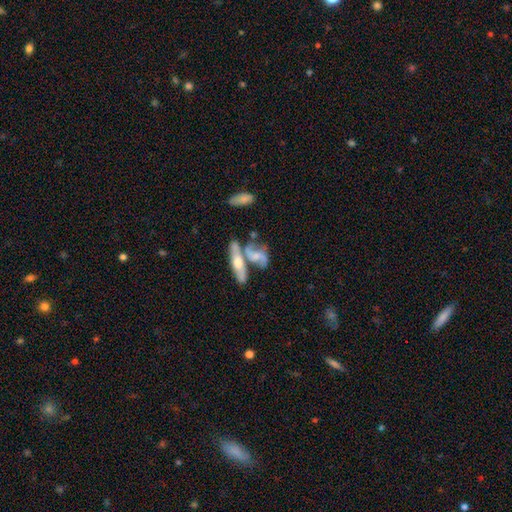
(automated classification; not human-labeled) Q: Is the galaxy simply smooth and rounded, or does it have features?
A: featured or disk — 64%.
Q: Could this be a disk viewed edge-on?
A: no — 78%.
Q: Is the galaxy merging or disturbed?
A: merger — 45%.